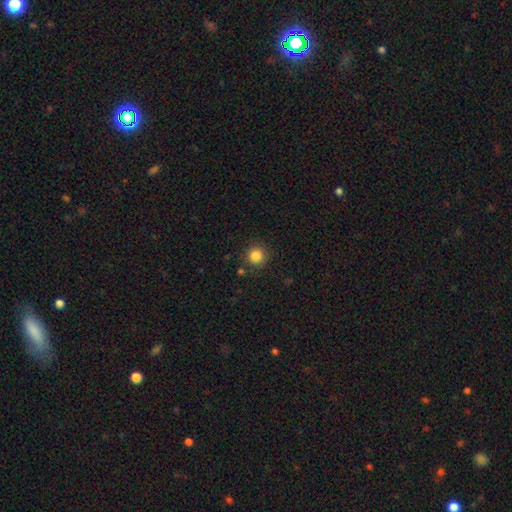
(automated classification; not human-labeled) Morphology: type=smooth (85%); roundness=round (94%); merging=none (89%).